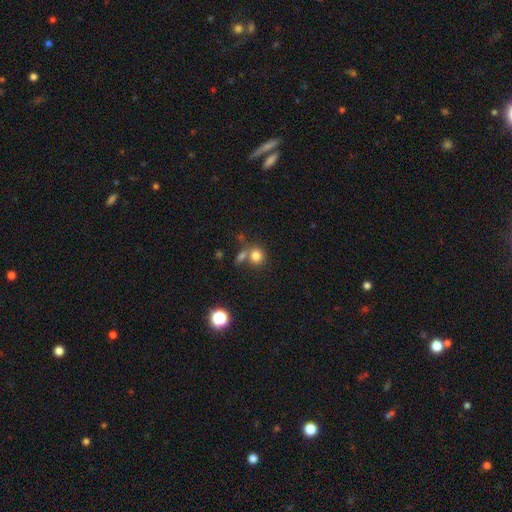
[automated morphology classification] smooth 80%, star or artifact 12%, featured or disk 8%. Down the decision tree: how rounded — round (79%); merging — none (56%).